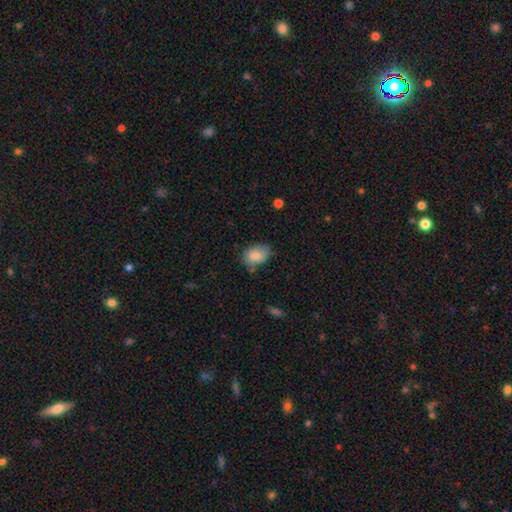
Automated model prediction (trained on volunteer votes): Overall: smooth (84%). How rounded: in between (84%). Merging: none (66%).